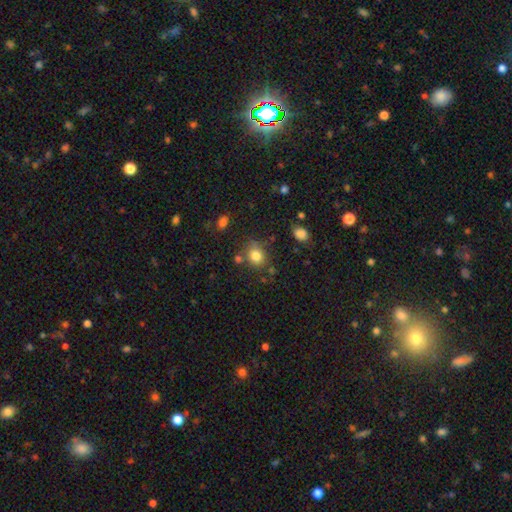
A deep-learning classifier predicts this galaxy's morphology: Overall: smooth (81%). How rounded: round (65%; in between 34%). Merging: none (71%).